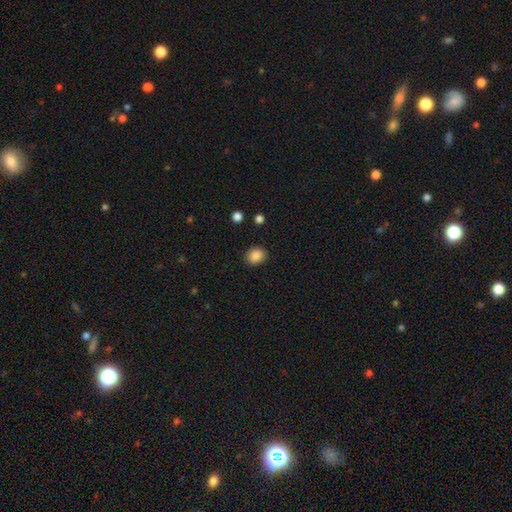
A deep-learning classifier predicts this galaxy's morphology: Overall: smooth (87%). How rounded: in between (50%; round 49%). Merging: none (88%).